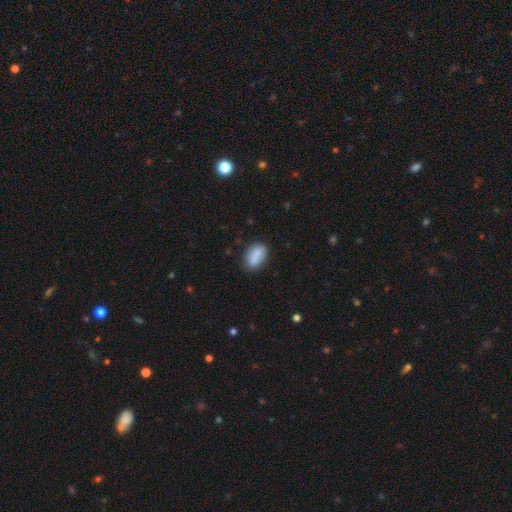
A smooth galaxy with no disk features (84%) that is in between round and cigar-shaped (84%).

Vote fractions:
- Smooth or featured? smooth: 84% / featured or disk: 8% / star or artifact: 8%
- How rounded? in between: 84% / round: 10% / cigar-shaped: 6%
- Merging? none: 71% / minor disturbance: 15% / major disturbance: 12% / merger: 3%